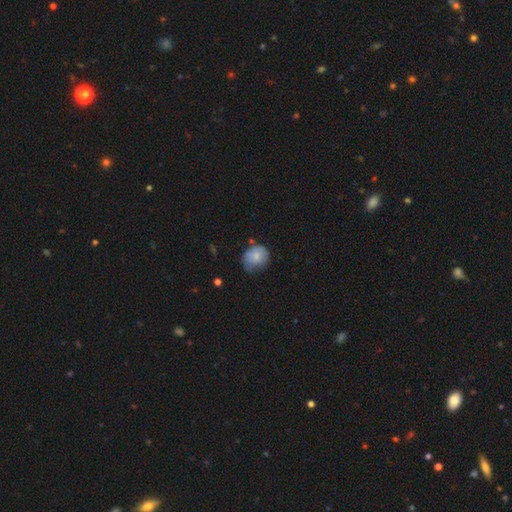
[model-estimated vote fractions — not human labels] Morphology: type=smooth (77%); roundness=round (61%); merging=none (45%).